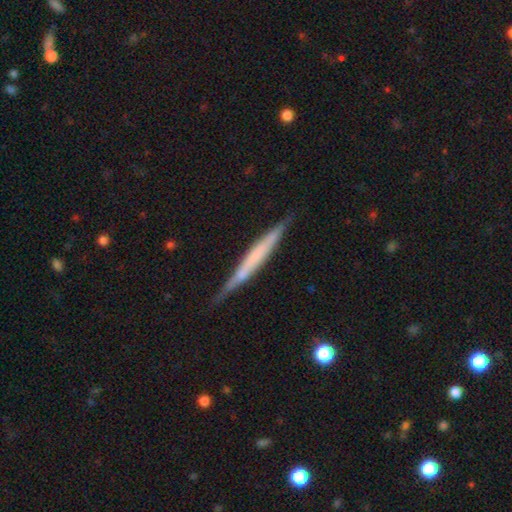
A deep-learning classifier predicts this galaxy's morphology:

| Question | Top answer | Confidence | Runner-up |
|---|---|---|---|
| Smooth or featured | featured or disk | 55% | smooth (39%) |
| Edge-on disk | yes | 96% | no (4%) |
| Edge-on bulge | none | 63% | boxy (20%) |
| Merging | none | 80% | minor disturbance (15%) |